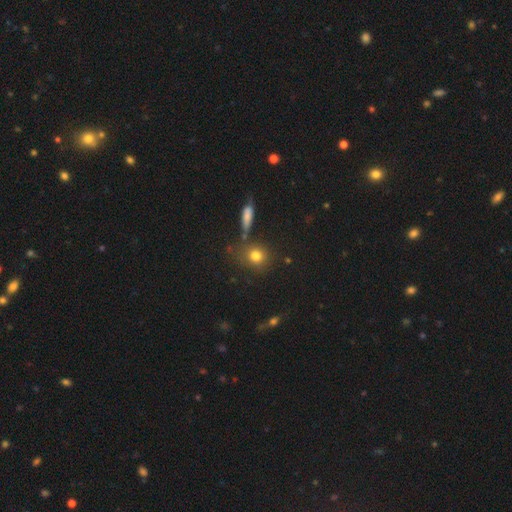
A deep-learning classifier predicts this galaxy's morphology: A smooth galaxy with no disk features (78%) that is round (76%).

Vote fractions:
- Smooth or featured? smooth: 78% / star or artifact: 12% / featured or disk: 9%
- How rounded? round: 76% / in between: 21% / cigar-shaped: 3%
- Merging? none: 73% / minor disturbance: 12% / merger: 9% / major disturbance: 5%